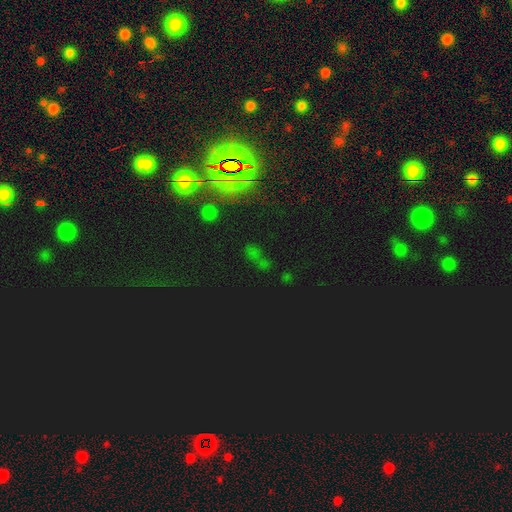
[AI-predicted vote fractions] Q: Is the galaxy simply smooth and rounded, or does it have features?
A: star or artifact — 72%.